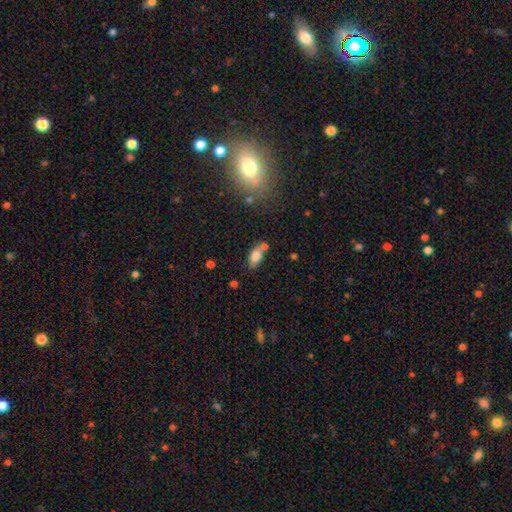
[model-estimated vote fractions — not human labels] Smooth or featured? smooth (80%)
How rounded? in between (89%)
Merging? none (55%)